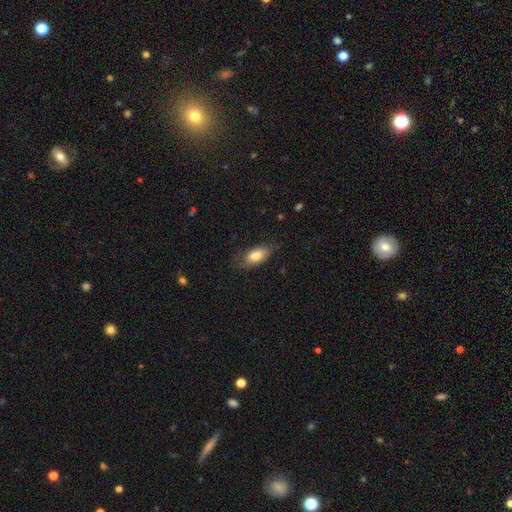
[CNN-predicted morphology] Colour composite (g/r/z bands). It shows a smooth galaxy with no disk features (77%) that is in between round and cigar-shaped (89%). Merging: none (70%).